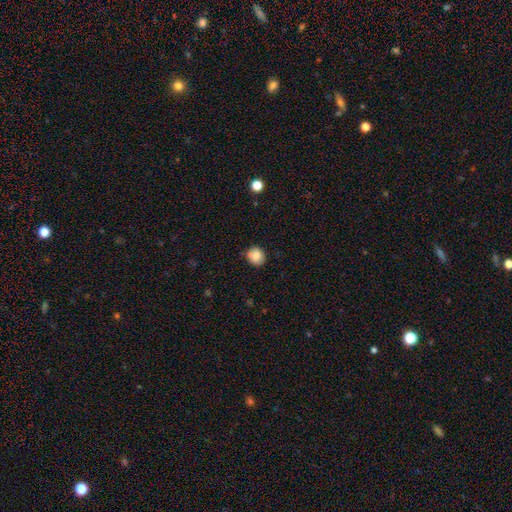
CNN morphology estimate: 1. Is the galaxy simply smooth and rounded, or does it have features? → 85% smooth, 9% star or artifact, 5% featured or disk.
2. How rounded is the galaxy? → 80% round, 19% in between, 1% cigar-shaped.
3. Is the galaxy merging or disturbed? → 79% none, 15% minor disturbance, 3% major disturbance, 3% merger.